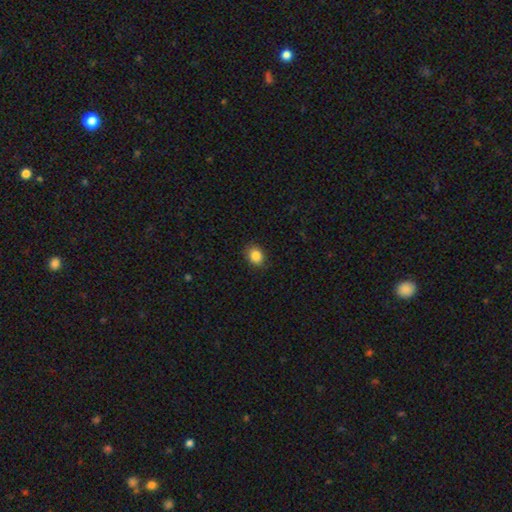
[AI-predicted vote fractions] Smooth or featured?
  - smooth: 87% *
  - star or artifact: 9%
  - featured or disk: 4%
How rounded?
  - in between: 56% *
  - round: 43%
  - cigar-shaped: 1%
Merging?
  - none: 84% *
  - minor disturbance: 12%
  - major disturbance: 3%
  - merger: 1%